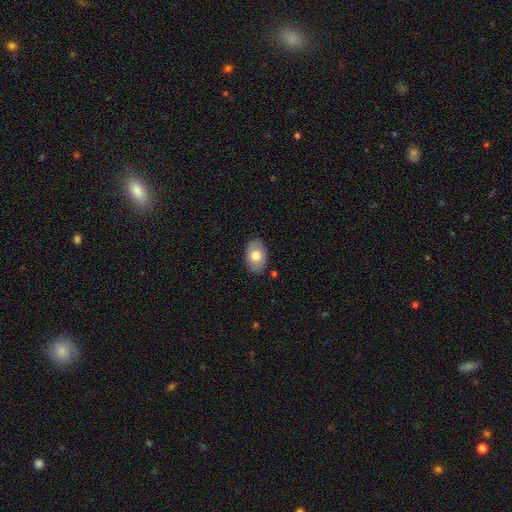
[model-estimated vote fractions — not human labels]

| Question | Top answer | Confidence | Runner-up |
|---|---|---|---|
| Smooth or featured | smooth | 73% | featured or disk (20%) |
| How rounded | in between | 87% | round (12%) |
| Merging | none | 85% | minor disturbance (11%) |